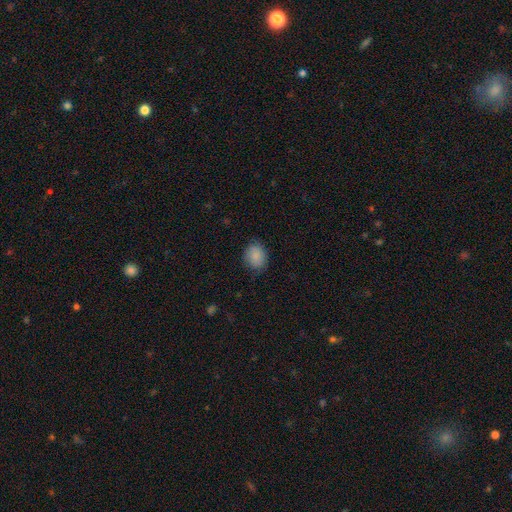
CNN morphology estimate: The model was most divided on "how rounded": in between: 50%, round: 49%, cigar-shaped: 1%. More confident: smooth or featured — smooth (87%); merging — none (79%).